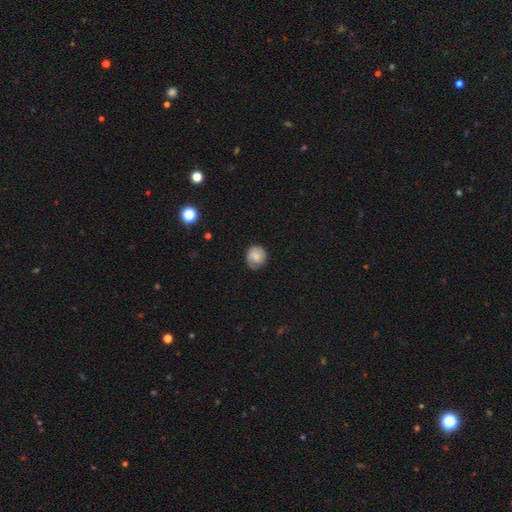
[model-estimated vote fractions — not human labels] smooth-or-featured: smooth: 62% | featured or disk: 30% | star or artifact: 8%
  how-rounded: round: 85% | in between: 14% | cigar-shaped: 1%
  merging: none: 69% | minor disturbance: 22% | major disturbance: 7% | merger: 1%